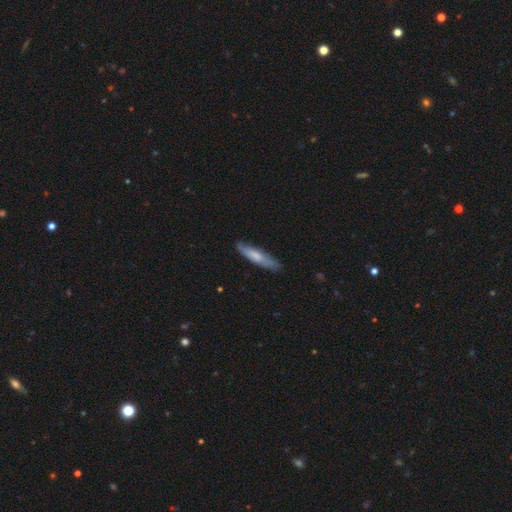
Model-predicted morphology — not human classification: A smooth galaxy with no disk features (62%) that is cigar-shaped (76%). Merging: none (77%).